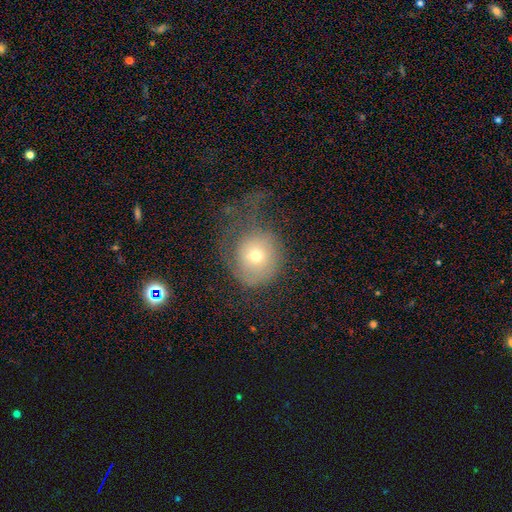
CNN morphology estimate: A smooth galaxy with no disk features (57%) that is round (86%).

Vote fractions:
- Smooth or featured? smooth: 57% / featured or disk: 31% / star or artifact: 12%
- How rounded? round: 86% / in between: 13% / cigar-shaped: 1%
- Merging? major disturbance: 41% / none: 34% / minor disturbance: 23% / merger: 2%